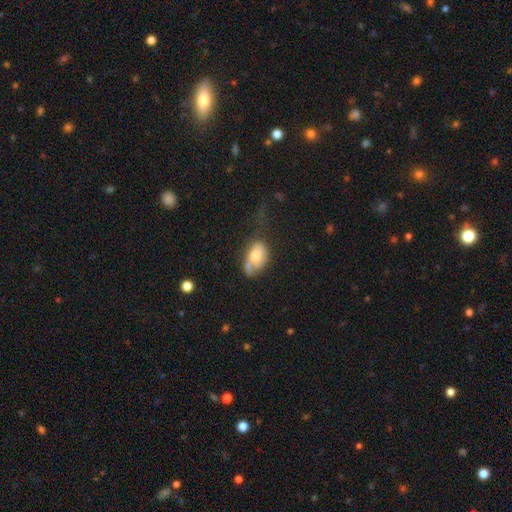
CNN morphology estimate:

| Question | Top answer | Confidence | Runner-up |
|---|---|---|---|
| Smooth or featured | smooth | 64% | featured or disk (28%) |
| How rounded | in between | 85% | round (13%) |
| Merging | none | 33% | minor disturbance (27%) |